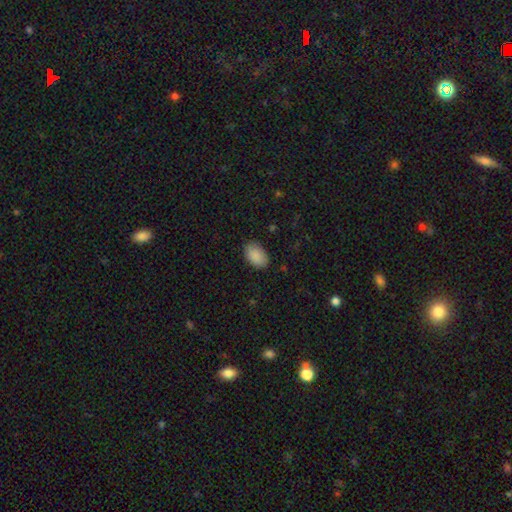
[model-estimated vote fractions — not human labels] A smooth galaxy with no disk features (89%) that is in between round and cigar-shaped (89%).

Vote fractions:
- Smooth or featured? smooth: 89% / star or artifact: 7% / featured or disk: 4%
- How rounded? in between: 89% / round: 10% / cigar-shaped: 1%
- Merging? none: 82% / minor disturbance: 14% / major disturbance: 3% / merger: 1%